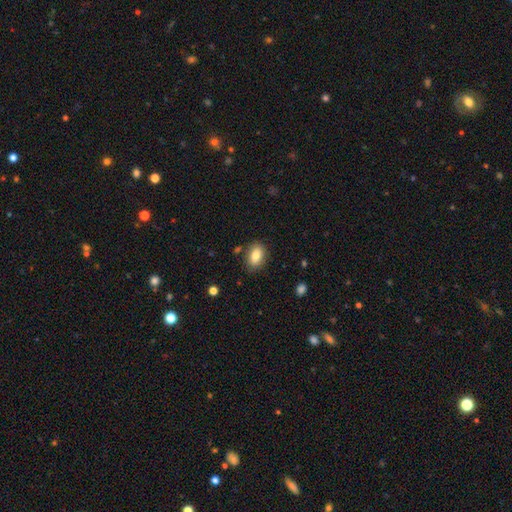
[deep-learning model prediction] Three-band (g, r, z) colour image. It shows a smooth galaxy with no disk features (82%) that is in between round and cigar-shaped (87%). Merging: none (82%).